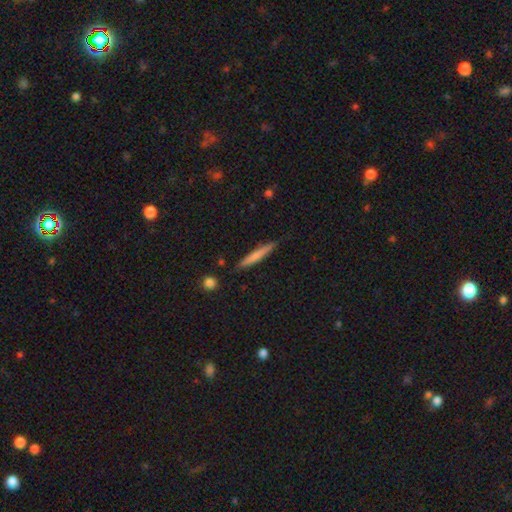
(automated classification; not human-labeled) A smooth galaxy with no disk features (65%) that is cigar-shaped (94%). Merging: none (86%).